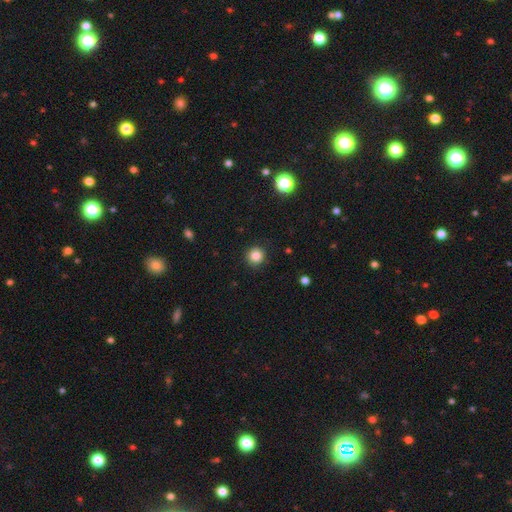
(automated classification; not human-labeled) smooth_or_featured: smooth (p=0.84) [alt: star or artifact p=0.12]
how_rounded: round (p=0.95) [alt: in between p=0.04]
merging: none (p=0.91) [alt: minor disturbance p=0.06]